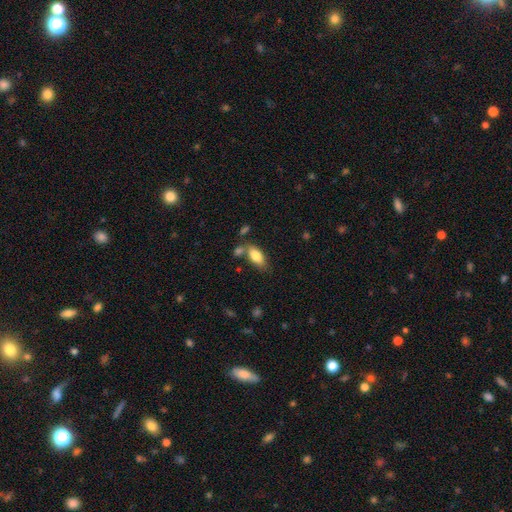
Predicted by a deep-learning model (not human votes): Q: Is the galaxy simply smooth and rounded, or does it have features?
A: smooth — 79%.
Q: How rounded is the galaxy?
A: in between — 85%.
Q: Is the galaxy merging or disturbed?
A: none — 59%.